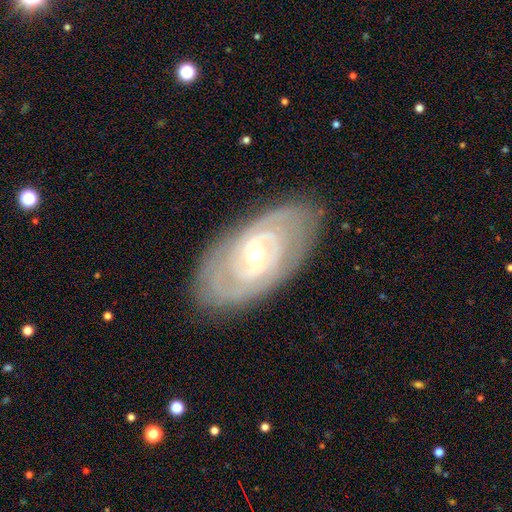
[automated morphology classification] A featured or disk galaxy (86%) with a weak bar (42%), 2 (40%) tight (73%) spiral arms (93%) and a moderate central bulge (51%). Merging: none (82%).